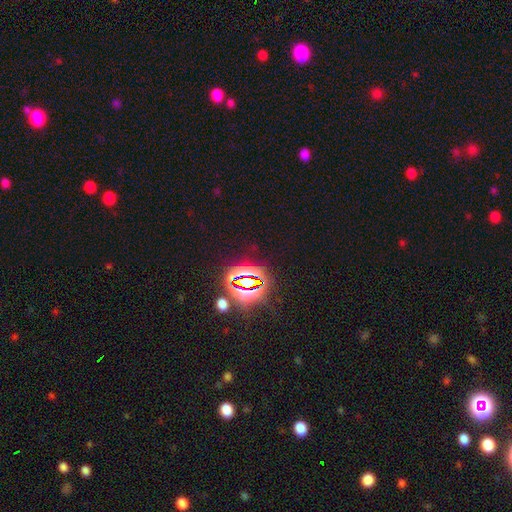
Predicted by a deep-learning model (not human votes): This appears to be a star or artifact, not a galaxy (83%).